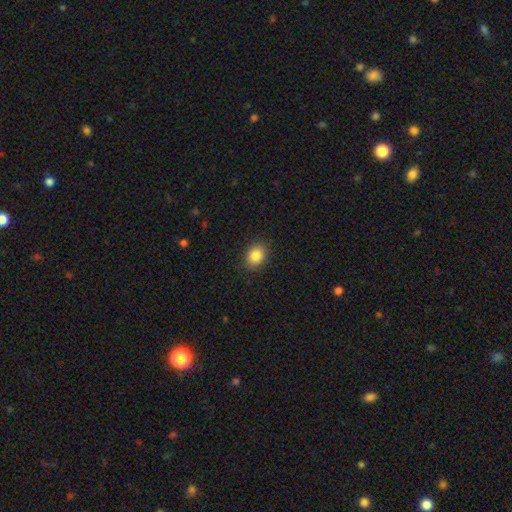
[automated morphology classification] Smooth or featured: smooth — 85% (star or artifact — 10%)
How rounded: in between — 50% (round — 49%)
Merging: none — 88% (minor disturbance — 8%)